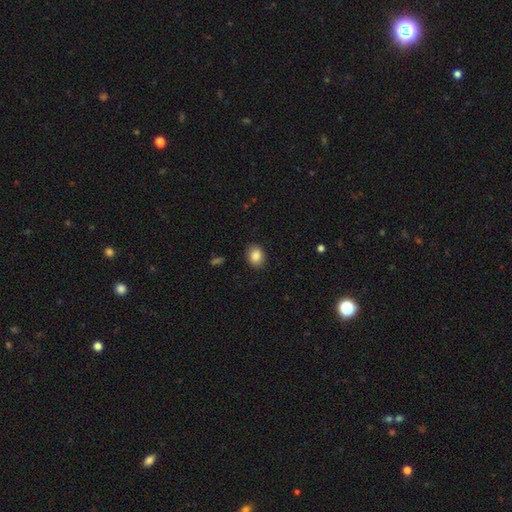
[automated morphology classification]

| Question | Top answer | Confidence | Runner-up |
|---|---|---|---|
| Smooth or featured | smooth | 86% | star or artifact (9%) |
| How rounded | round | 52% | in between (48%) |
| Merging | none | 89% | minor disturbance (8%) |